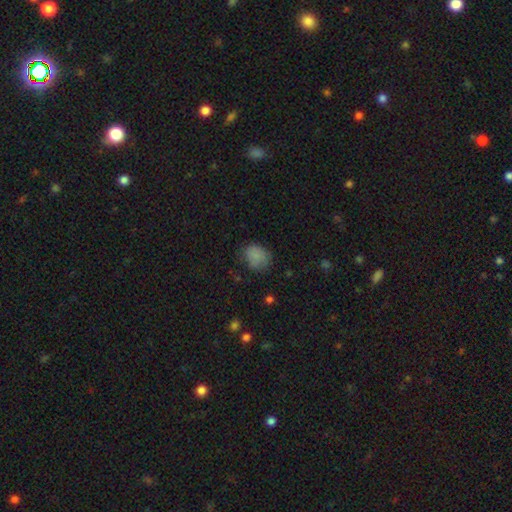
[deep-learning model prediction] Q: Smooth or featured?
A: smooth (81%); runner-up: star or artifact (11%)
Q: How rounded?
A: round (56%); runner-up: in between (43%)
Q: Merging?
A: none (66%); runner-up: minor disturbance (24%)